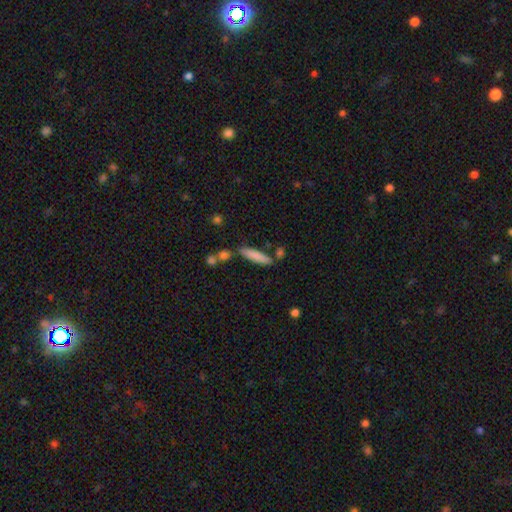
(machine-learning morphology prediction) A smooth galaxy with no disk features (81%) that is cigar-shaped (80%). Merging: none (75%).